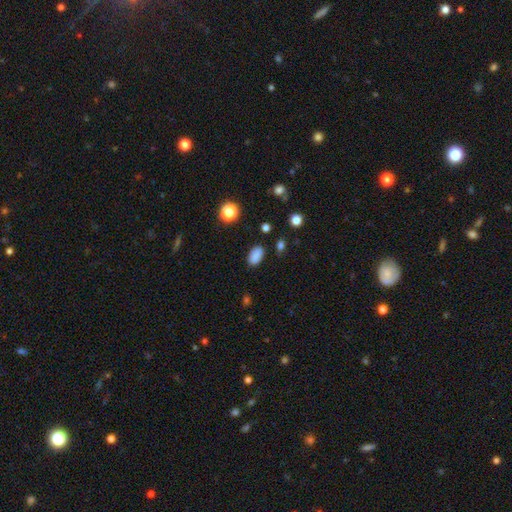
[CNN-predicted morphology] smooth-or-featured: smooth: 85% | star or artifact: 11% | featured or disk: 4%
  how-rounded: in between: 91% | round: 8% | cigar-shaped: 2%
  merging: none: 85% | minor disturbance: 11% | major disturbance: 3% | merger: 2%